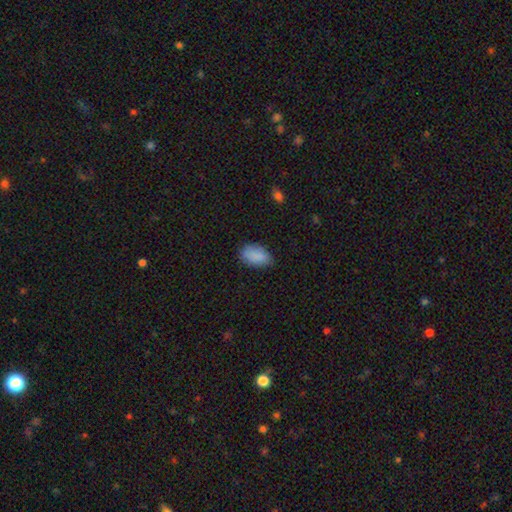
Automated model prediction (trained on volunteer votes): smooth-or-featured: smooth: 86% | star or artifact: 8% | featured or disk: 6%
  how-rounded: in between: 92% | round: 6% | cigar-shaped: 2%
  merging: none: 74% | minor disturbance: 21% | major disturbance: 4% | merger: 1%